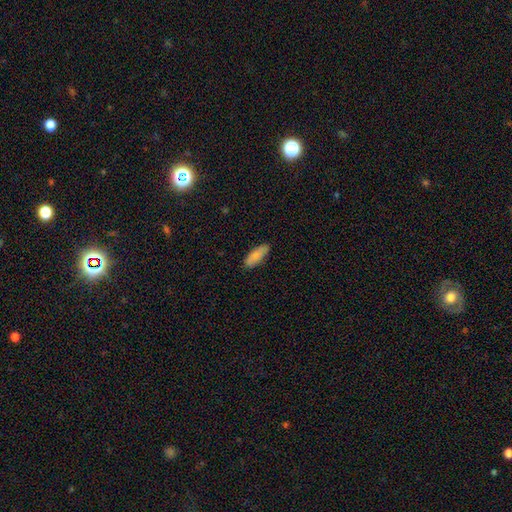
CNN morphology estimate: The model was most divided on "how rounded": in between: 73%, cigar-shaped: 25%, round: 2%. More confident: merging — none (86%); smooth or featured — smooth (83%).